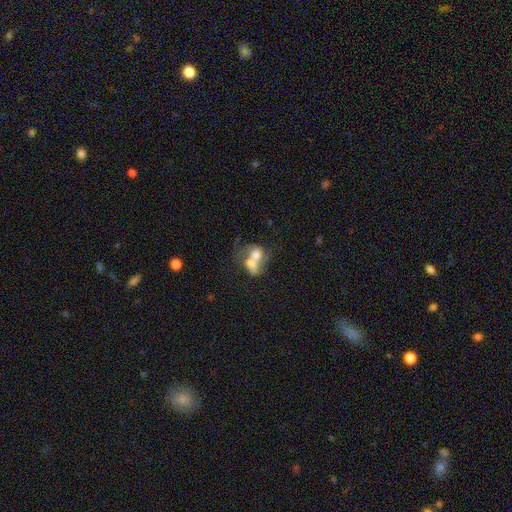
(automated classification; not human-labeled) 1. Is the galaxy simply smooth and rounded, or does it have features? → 59% smooth, 32% featured or disk, 9% star or artifact.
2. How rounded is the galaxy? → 52% in between, 46% round, 2% cigar-shaped.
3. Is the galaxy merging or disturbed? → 78% merger, 11% none, 7% major disturbance, 5% minor disturbance.